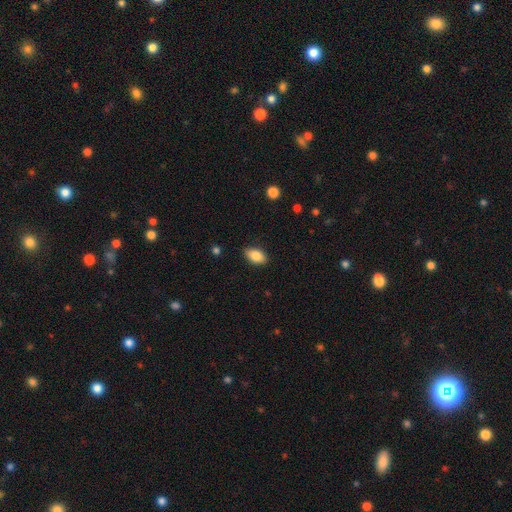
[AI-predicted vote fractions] smooth_or_featured: smooth (p=0.86) [alt: star or artifact p=0.07]
how_rounded: in between (p=0.92) [alt: round p=0.06]
merging: none (p=0.87) [alt: minor disturbance p=0.09]